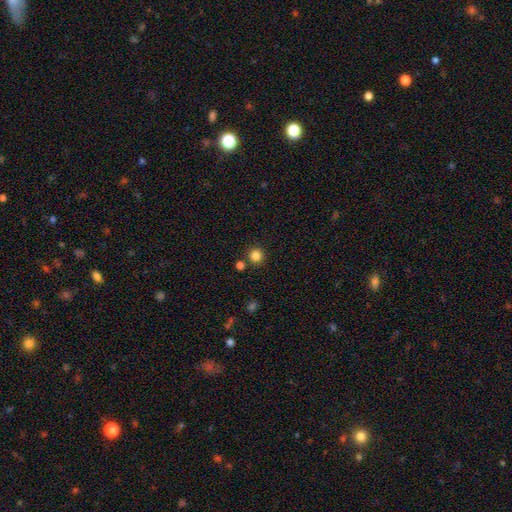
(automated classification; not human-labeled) smooth_or_featured: smooth (p=0.84) [alt: star or artifact p=0.13]
how_rounded: round (p=0.93) [alt: in between p=0.06]
merging: none (p=0.83) [alt: merger p=0.08]